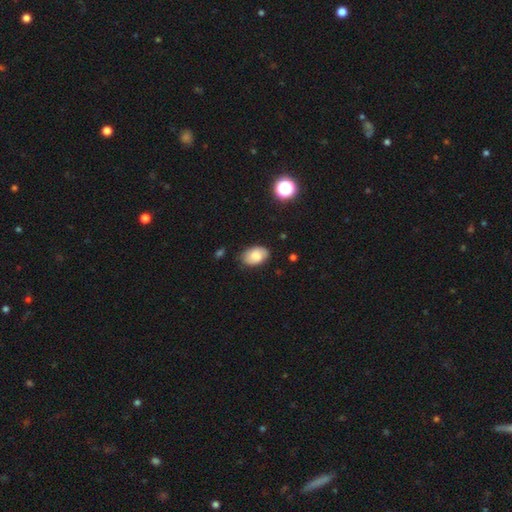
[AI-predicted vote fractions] Morphology: type=smooth (79%); roundness=in between (89%); merging=none (78%).